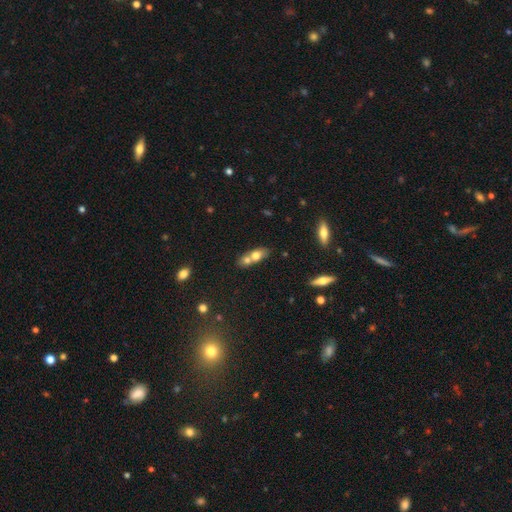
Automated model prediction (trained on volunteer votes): Smooth or featured?
  - smooth: 67% *
  - featured or disk: 24%
  - star or artifact: 9%
How rounded?
  - in between: 66% *
  - round: 19%
  - cigar-shaped: 15%
Merging?
  - merger: 60% *
  - none: 28%
  - minor disturbance: 8%
  - major disturbance: 3%